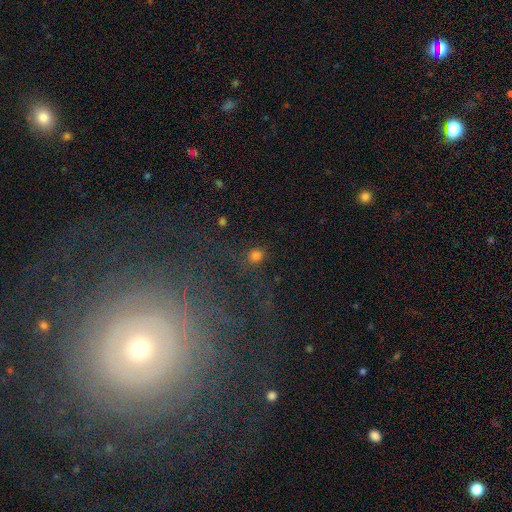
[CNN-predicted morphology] Smooth or featured? smooth (74%)
How rounded? round (82%)
Merging? none (80%)